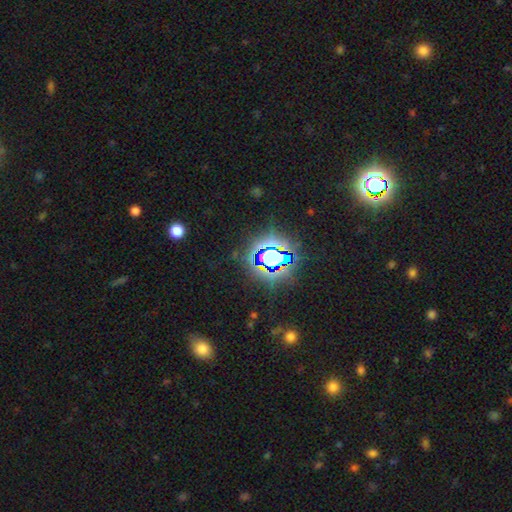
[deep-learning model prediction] The model was most divided on "smooth or featured": star or artifact: 76%, smooth: 14%, featured or disk: 10%.